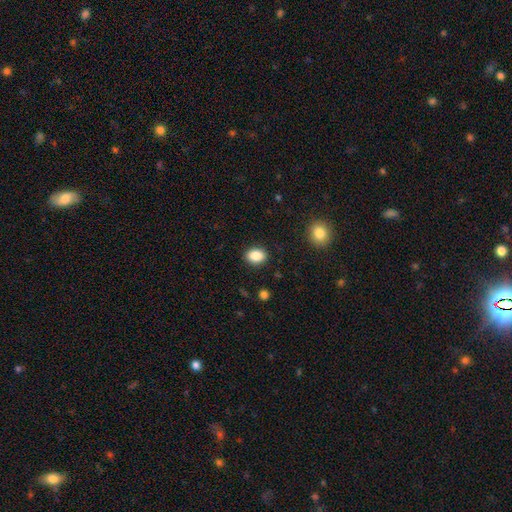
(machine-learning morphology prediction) A smooth galaxy with no disk features (86%) that is in between round and cigar-shaped (66%). Merging: none (89%).